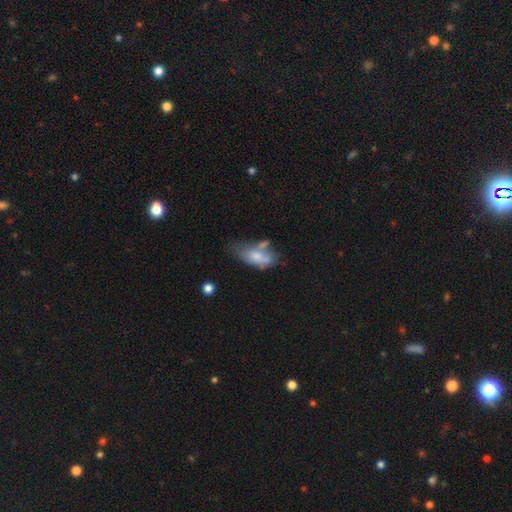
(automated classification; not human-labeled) Q: Smooth or featured?
A: smooth (60%); runner-up: featured or disk (32%)
Q: How rounded?
A: in between (85%); runner-up: cigar-shaped (12%)
Q: Merging?
A: none (30%); runner-up: minor disturbance (28%)